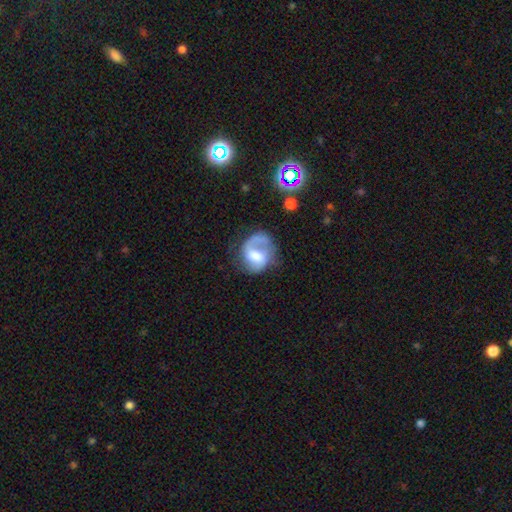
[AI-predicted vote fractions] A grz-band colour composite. It shows a featured or disk galaxy (67%) with a weak bar (45%), 2 (48%) medium (43%) spiral arms (88%) and a moderate central bulge (45%). Merging: none (51%).